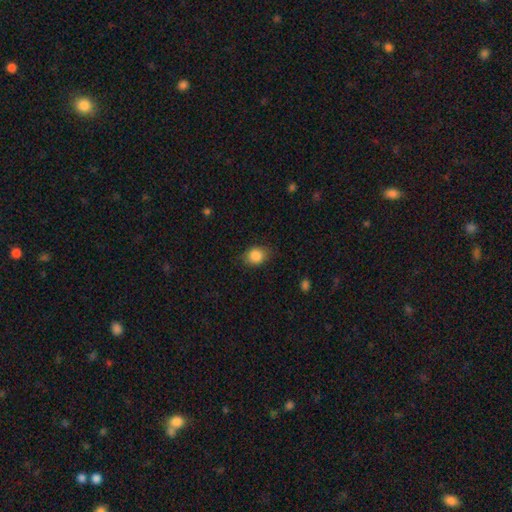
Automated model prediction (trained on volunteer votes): A smooth galaxy with no disk features (86%) that is in between round and cigar-shaped (54%).

Vote fractions:
- Smooth or featured? smooth: 86% / star or artifact: 8% / featured or disk: 6%
- How rounded? in between: 54% / round: 45% / cigar-shaped: 1%
- Merging? none: 77% / minor disturbance: 18% / major disturbance: 4% / merger: 1%